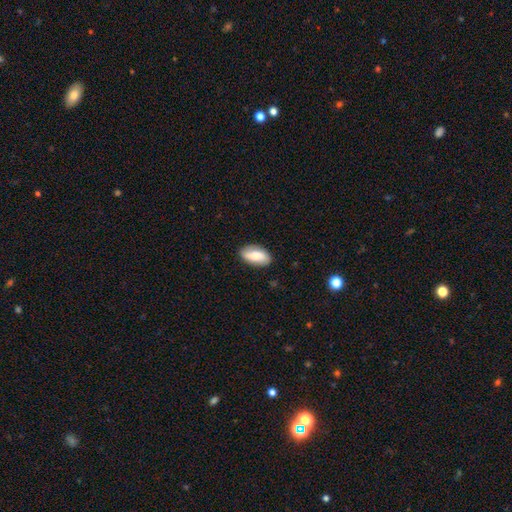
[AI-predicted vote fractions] Smooth or featured? smooth (74%)
How rounded? in between (92%)
Merging? none (86%)